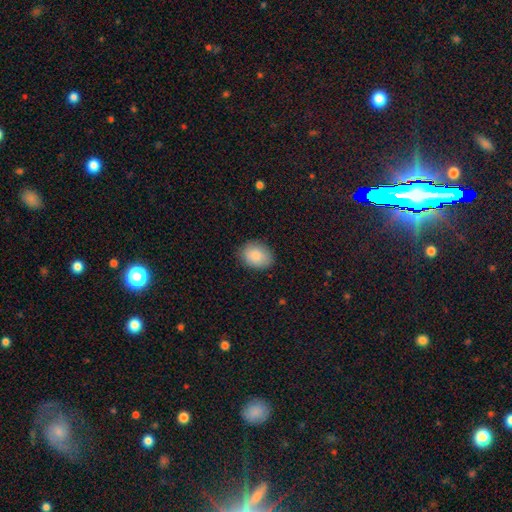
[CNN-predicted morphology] type=smooth (87%); roundness=in between (64%); merging=none (86%).